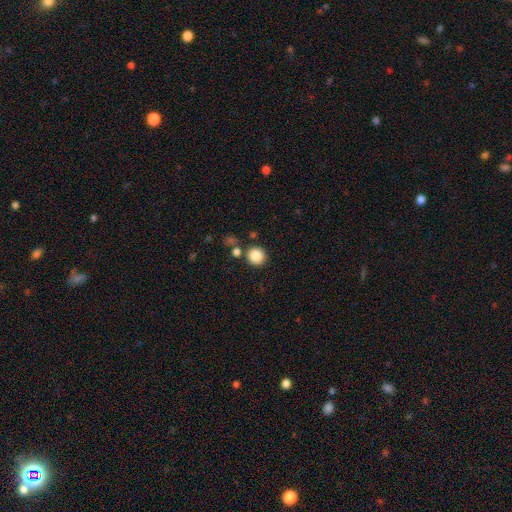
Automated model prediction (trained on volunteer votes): Smooth or featured?
  - smooth: 85% *
  - star or artifact: 10%
  - featured or disk: 5%
How rounded?
  - round: 92% *
  - in between: 7%
  - cigar-shaped: 1%
Merging?
  - none: 81% *
  - merger: 8%
  - minor disturbance: 8%
  - major disturbance: 3%